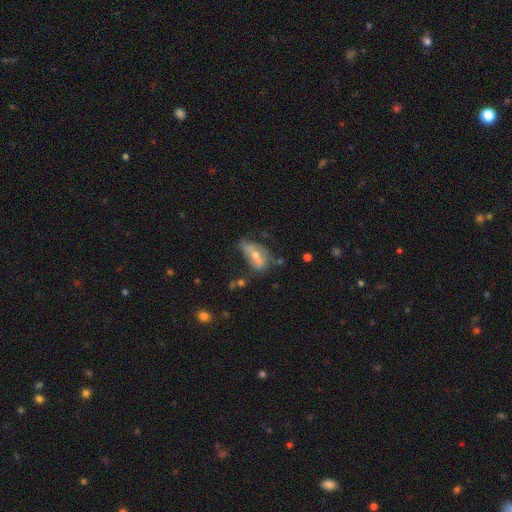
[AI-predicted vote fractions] Smooth or featured? Predicted: featured or disk (p=0.51). Edge-on disk? Predicted: no (p=0.86). Merging? Predicted: none (p=0.33).